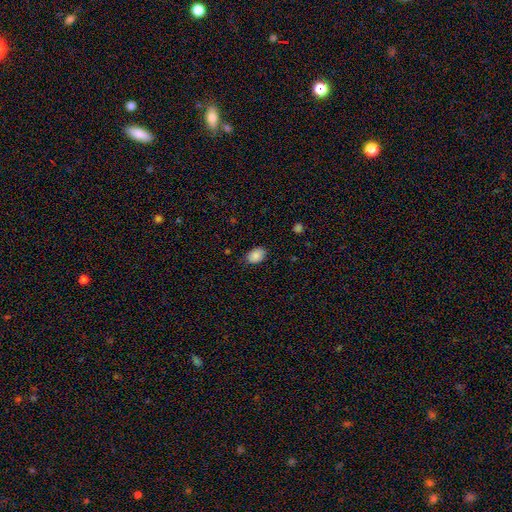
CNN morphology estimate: A smooth galaxy with no disk features (87%) that is in between round and cigar-shaped (79%). Merging: none (79%).